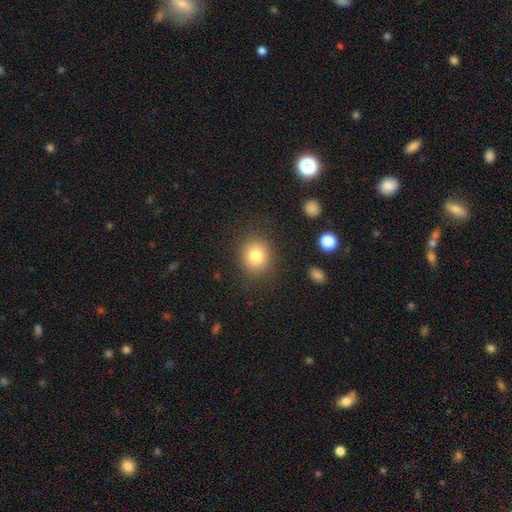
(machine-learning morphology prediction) Overall: smooth (82%). How rounded: round (77%). Merging: none (86%).